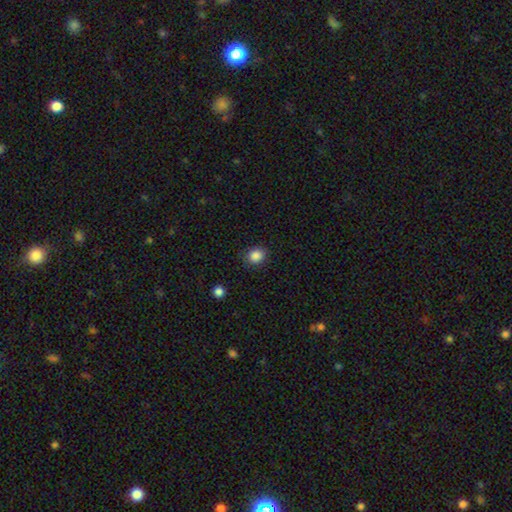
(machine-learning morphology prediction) This appears to be a smooth galaxy with no disk features (86%) that is round (66%). Merging: none (85%).